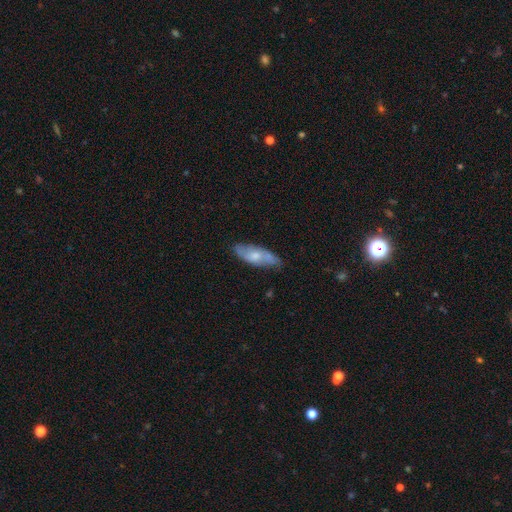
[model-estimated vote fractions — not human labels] Overall: smooth (53%; featured or disk 41%). How rounded: in between (65%; cigar-shaped 33%). Merging: none (71%).